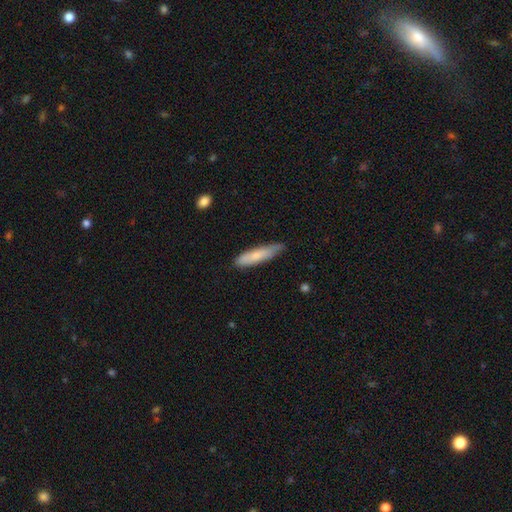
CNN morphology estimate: Smooth or featured?
  - smooth: 74% *
  - featured or disk: 21%
  - star or artifact: 6%
How rounded?
  - cigar-shaped: 79% *
  - in between: 19%
  - round: 2%
Merging?
  - none: 71% *
  - minor disturbance: 24%
  - major disturbance: 4%
  - merger: 2%